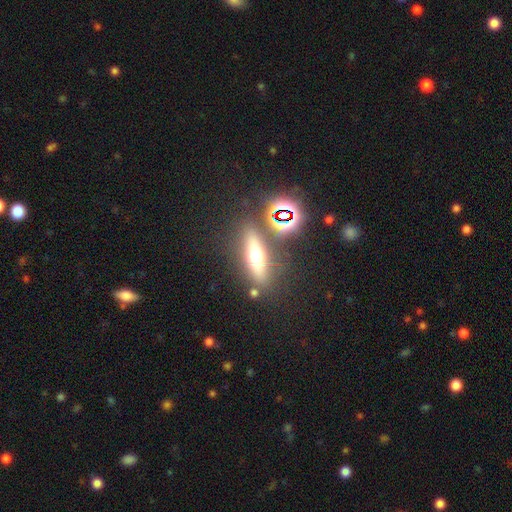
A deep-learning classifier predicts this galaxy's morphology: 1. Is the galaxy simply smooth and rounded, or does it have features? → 41% featured or disk, 40% smooth, 19% star or artifact.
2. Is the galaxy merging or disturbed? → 80% none, 10% minor disturbance, 6% merger, 4% major disturbance.